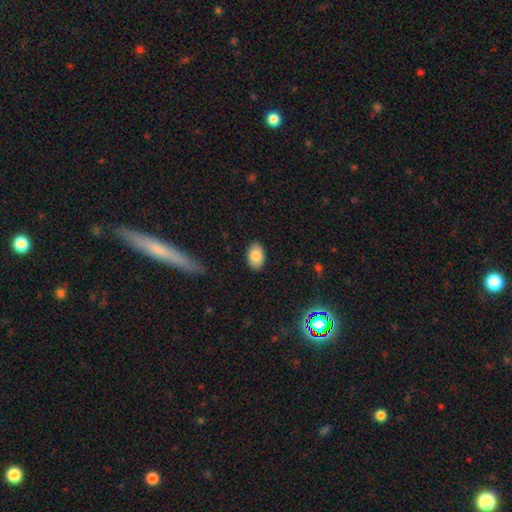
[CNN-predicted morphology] smooth_or_featured: smooth (p=0.85) [alt: star or artifact p=0.08]
how_rounded: in between (p=0.88) [alt: round p=0.10]
merging: none (p=0.87) [alt: minor disturbance p=0.09]